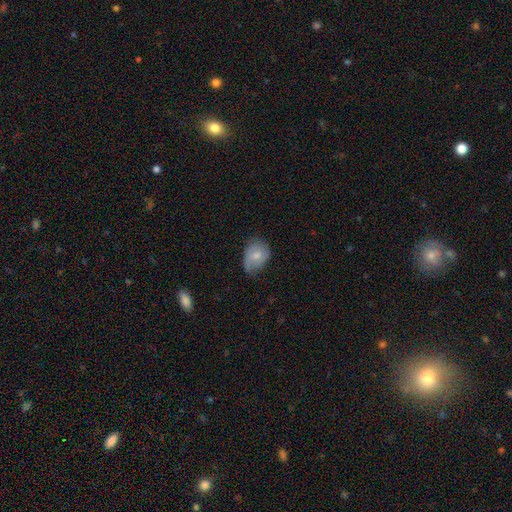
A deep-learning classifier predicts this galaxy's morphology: The model was most divided on "merging": none: 46%, minor disturbance: 39%, major disturbance: 14%, merger: 2%. More confident: how rounded — in between (68%); smooth or featured — smooth (61%).